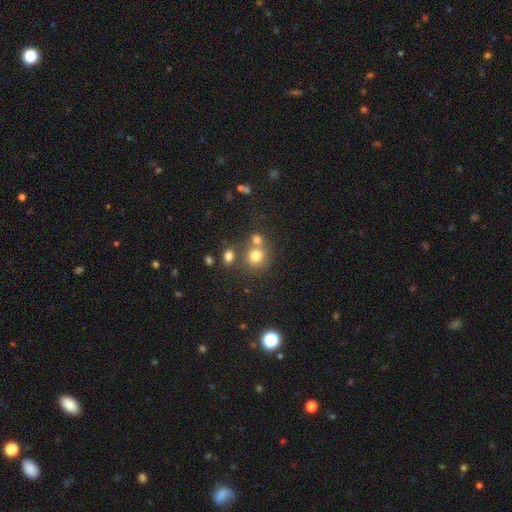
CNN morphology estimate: A smooth galaxy with no disk features (76%) that is round (84%). Merging: none (54%).